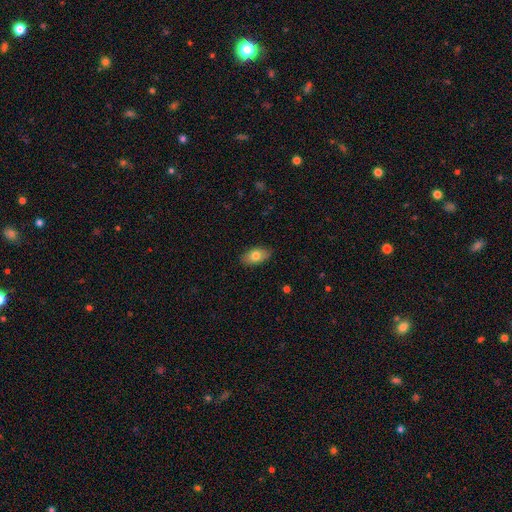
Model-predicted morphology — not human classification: smooth 76%, featured or disk 17%, star or artifact 7%. Down the decision tree: how rounded — in between (91%); merging — none (88%).